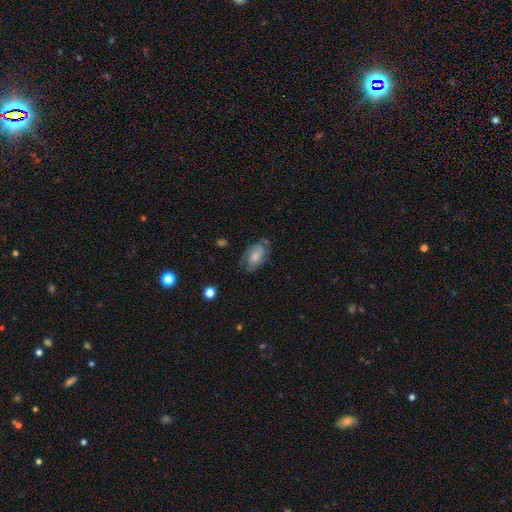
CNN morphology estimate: A smooth galaxy with no disk features (50%).

Vote fractions:
- Smooth or featured? smooth: 50% / featured or disk: 42% / star or artifact: 8%
- Merging? none: 60% / minor disturbance: 27% / major disturbance: 11% / merger: 2%